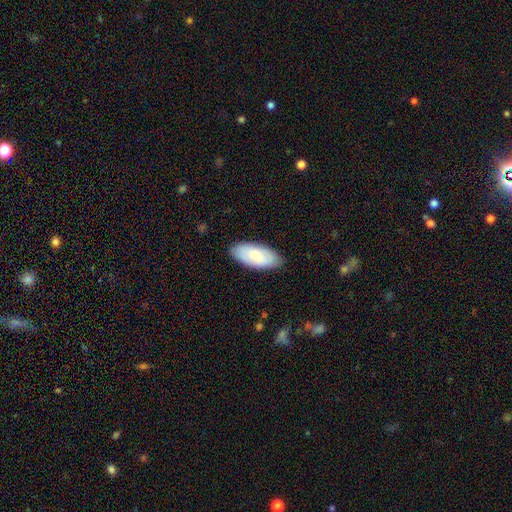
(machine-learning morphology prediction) smooth-or-featured: smooth: 72% | featured or disk: 22% | star or artifact: 5%
  how-rounded: in between: 91% | cigar-shaped: 8% | round: 2%
  merging: none: 85% | minor disturbance: 12% | major disturbance: 2% | merger: 1%